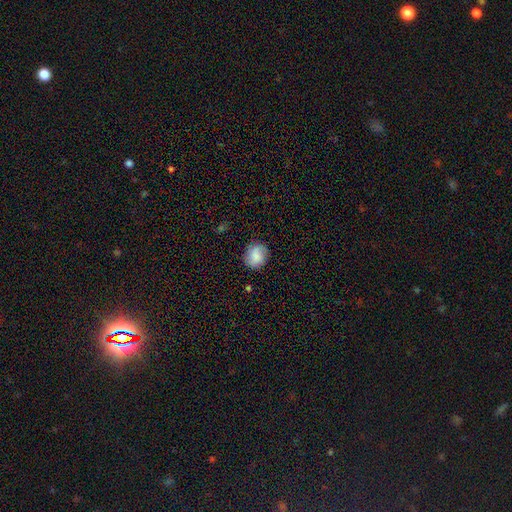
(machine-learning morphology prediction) Smooth or featured?
  - smooth: 77% *
  - featured or disk: 15%
  - star or artifact: 8%
How rounded?
  - round: 73% *
  - in between: 26%
  - cigar-shaped: 1%
Merging?
  - none: 82% *
  - minor disturbance: 13%
  - major disturbance: 4%
  - merger: 1%